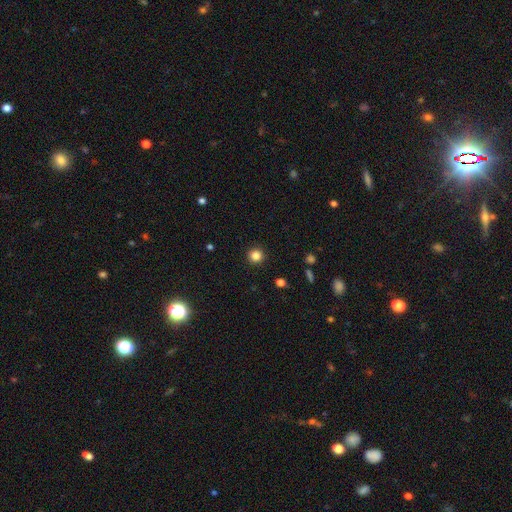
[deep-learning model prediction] A smooth galaxy with no disk features (84%) that is round (94%).

Vote fractions:
- Smooth or featured? smooth: 84% / star or artifact: 12% / featured or disk: 4%
- How rounded? round: 94% / in between: 5% / cigar-shaped: 1%
- Merging? none: 92% / minor disturbance: 5% / major disturbance: 2% / merger: 1%